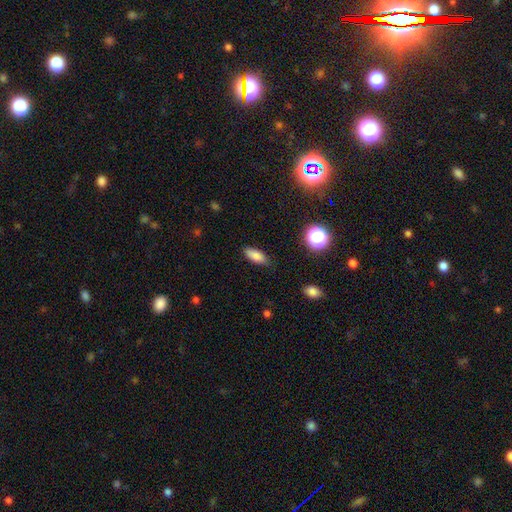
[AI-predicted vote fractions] A smooth galaxy with no disk features (82%) that is in between round and cigar-shaped (78%). Merging: none (84%).